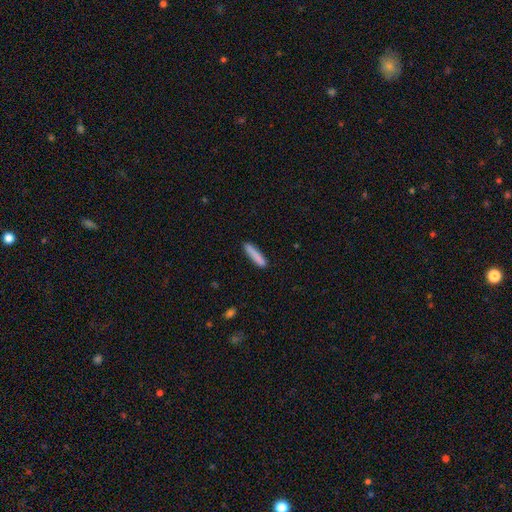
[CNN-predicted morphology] type=smooth (85%); roundness=cigar-shaped (89%); merging=none (86%).